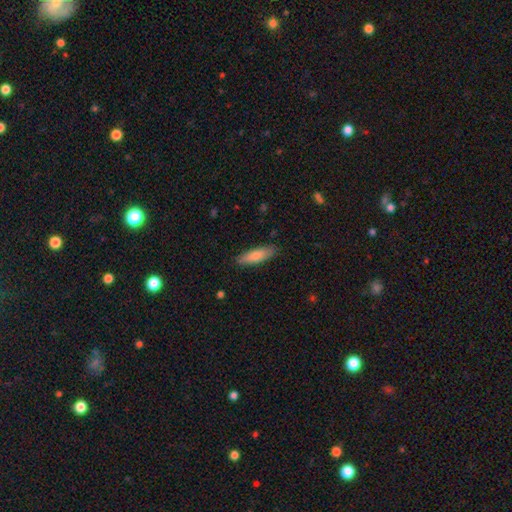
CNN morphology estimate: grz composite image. It shows a smooth galaxy with no disk features (81%) that is cigar-shaped (55%). Merging: none (85%).